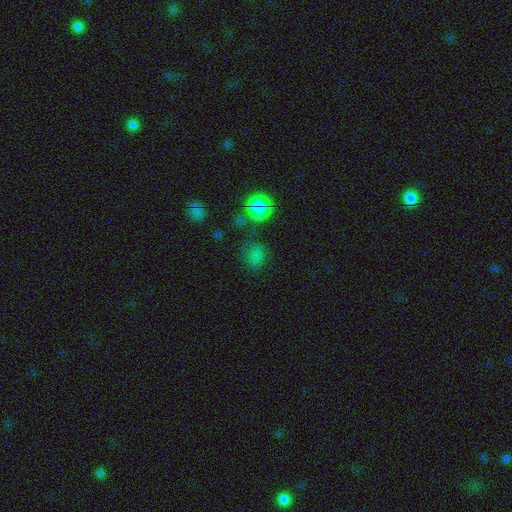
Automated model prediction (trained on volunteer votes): This is likely a smooth galaxy (66%). How rounded: possibly round (57%). Merging: likely none (63%).